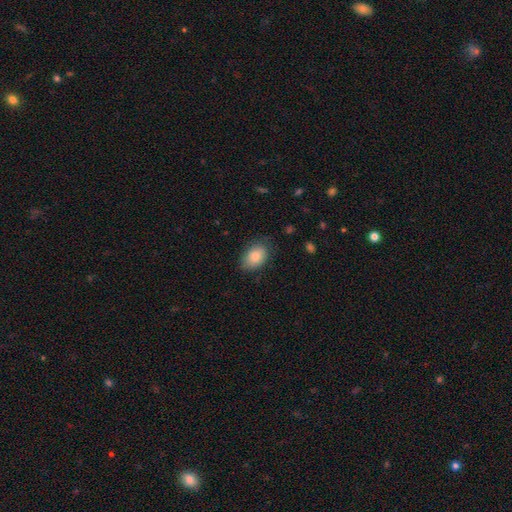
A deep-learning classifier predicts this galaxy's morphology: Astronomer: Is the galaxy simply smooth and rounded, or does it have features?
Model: smooth — 85%.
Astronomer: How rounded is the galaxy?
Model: in between — 84%.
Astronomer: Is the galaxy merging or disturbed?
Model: none — 76%.